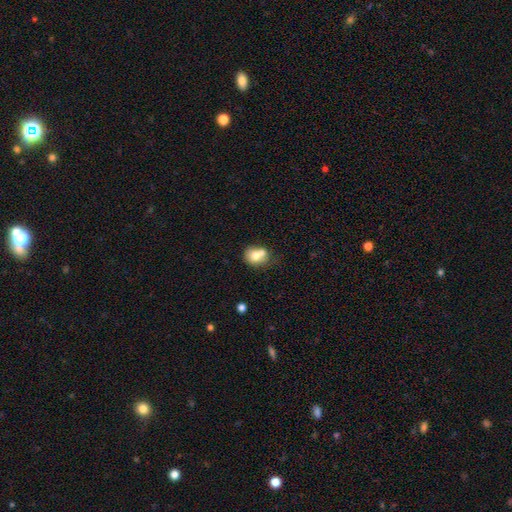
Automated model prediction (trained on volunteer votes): A smooth galaxy with no disk features (70%) that is round (57%).

Vote fractions:
- Smooth or featured? smooth: 70% / featured or disk: 20% / star or artifact: 9%
- How rounded? round: 57% / in between: 42% / cigar-shaped: 1%
- Merging? merger: 47% / none: 34% / minor disturbance: 13% / major disturbance: 5%